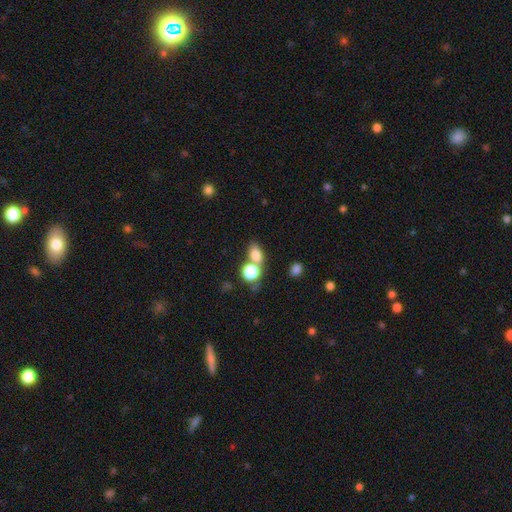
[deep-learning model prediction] A smooth galaxy with no disk features (78%) that is in between round and cigar-shaped (67%).

Vote fractions:
- Smooth or featured? smooth: 78% / star or artifact: 13% / featured or disk: 10%
- How rounded? in between: 67% / round: 31% / cigar-shaped: 3%
- Merging? none: 46% / merger: 39% / minor disturbance: 10% / major disturbance: 5%